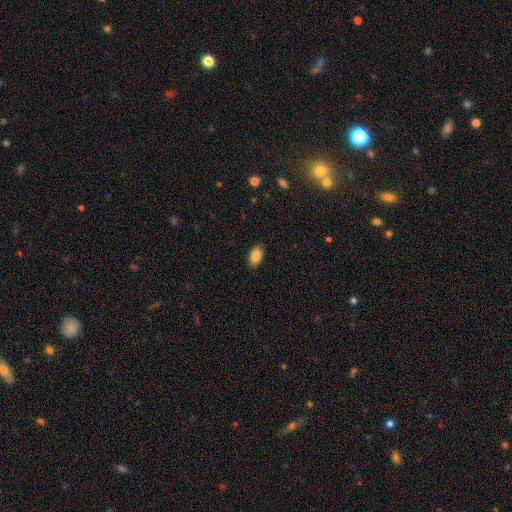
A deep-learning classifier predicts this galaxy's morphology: This appears to be a smooth galaxy with no disk features (86%) that is in between round and cigar-shaped (93%). Merging: none (88%).